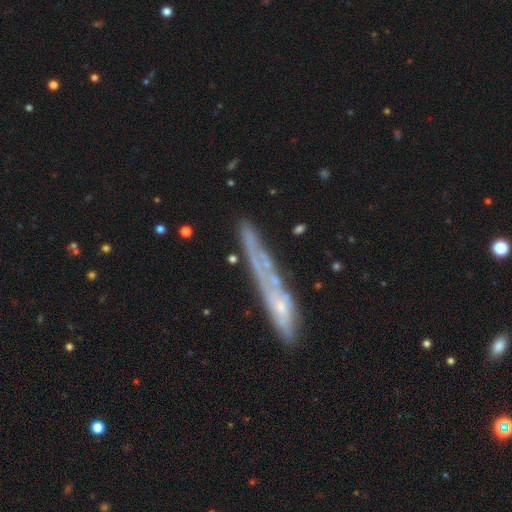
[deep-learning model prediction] Smooth or featured: featured or disk — 58% (smooth — 33%)
Edge-on disk: yes — 66% (no — 34%)
Merging: none — 58% (minor disturbance — 22%)